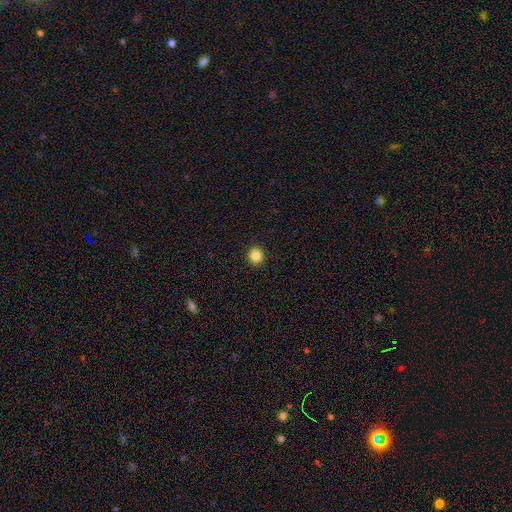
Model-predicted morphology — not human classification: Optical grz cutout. It shows a smooth galaxy with no disk features (85%) that is round (91%). Merging: none (93%).